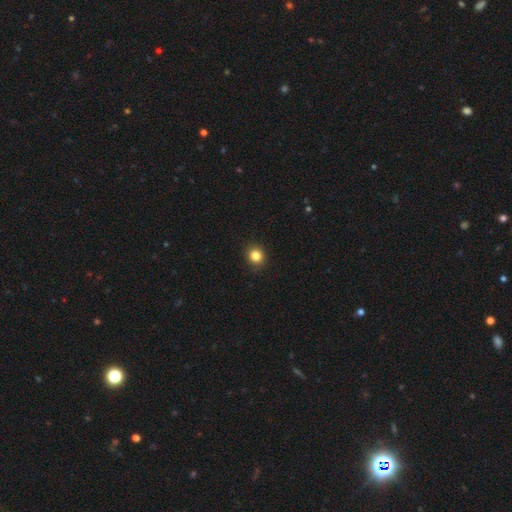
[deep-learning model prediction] A smooth galaxy with no disk features (84%) that is round (85%).

Vote fractions:
- Smooth or featured? smooth: 84% / star or artifact: 11% / featured or disk: 5%
- How rounded? round: 85% / in between: 14% / cigar-shaped: 1%
- Merging? none: 91% / minor disturbance: 6% / major disturbance: 2% / merger: 1%